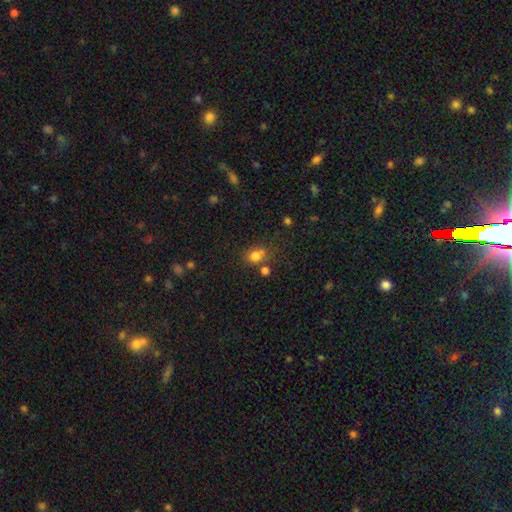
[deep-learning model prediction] Smooth or featured? smooth (75%)
How rounded? round (60%)
Merging? none (56%)